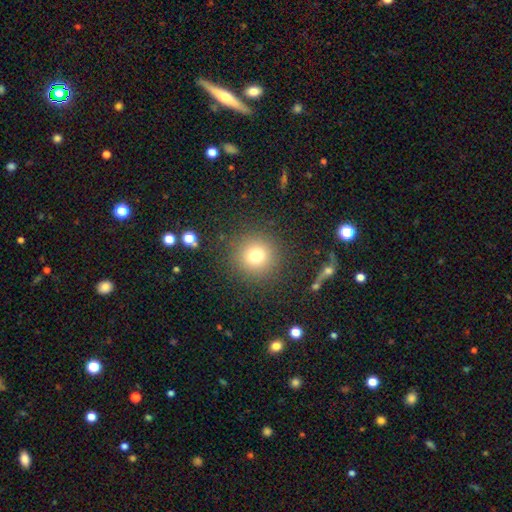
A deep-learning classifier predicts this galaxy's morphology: Smooth or featured? smooth (76%)
How rounded? round (94%)
Merging? none (88%)